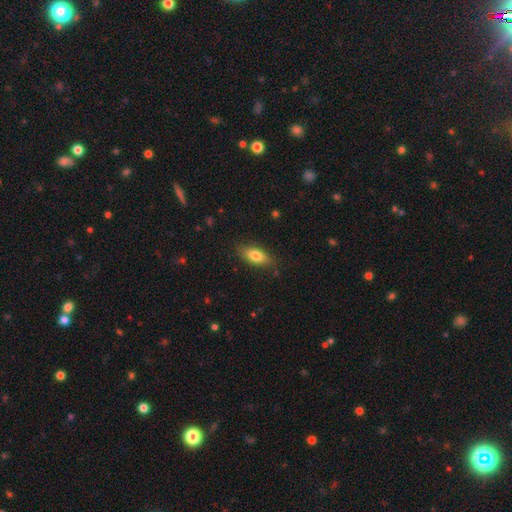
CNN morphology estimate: The model was most divided on "smooth or featured": smooth: 77%, featured or disk: 16%, star or artifact: 7%. More confident: how rounded — in between (81%); merging — none (81%).